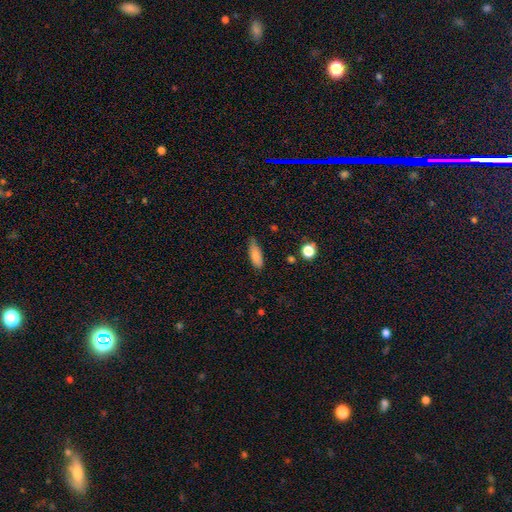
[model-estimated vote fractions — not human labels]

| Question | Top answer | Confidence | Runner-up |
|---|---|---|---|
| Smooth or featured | smooth | 81% | featured or disk (11%) |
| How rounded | in between | 68% | cigar-shaped (30%) |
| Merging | none | 66% | minor disturbance (27%) |